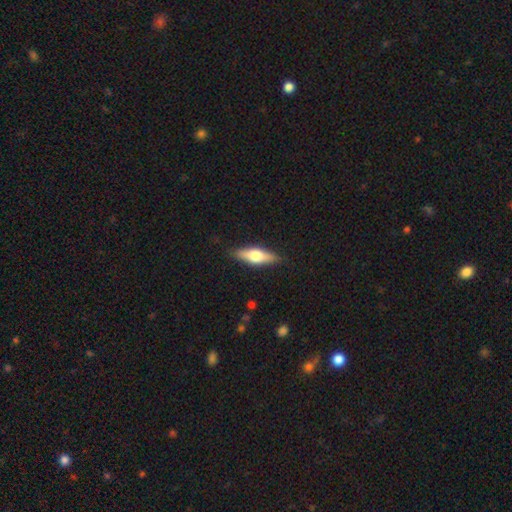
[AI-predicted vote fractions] smooth_or_featured: smooth (p=0.49) [alt: featured or disk p=0.45]
merging: none (p=0.88) [alt: minor disturbance p=0.09]